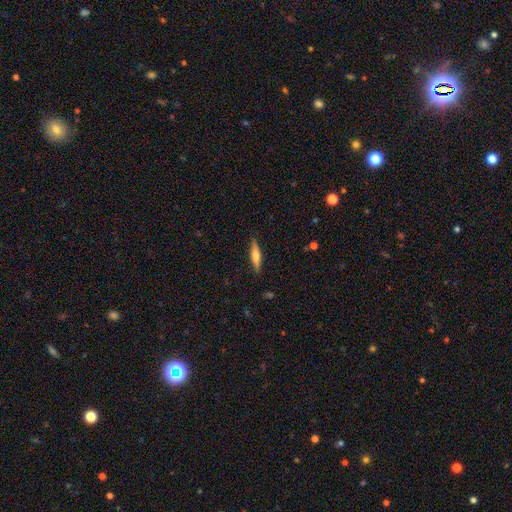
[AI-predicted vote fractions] Smooth or featured?
  - smooth: 52% *
  - featured or disk: 42%
  - star or artifact: 6%
How rounded?
  - cigar-shaped: 82% *
  - in between: 16%
  - round: 2%
Merging?
  - none: 88% *
  - minor disturbance: 9%
  - major disturbance: 2%
  - merger: 1%